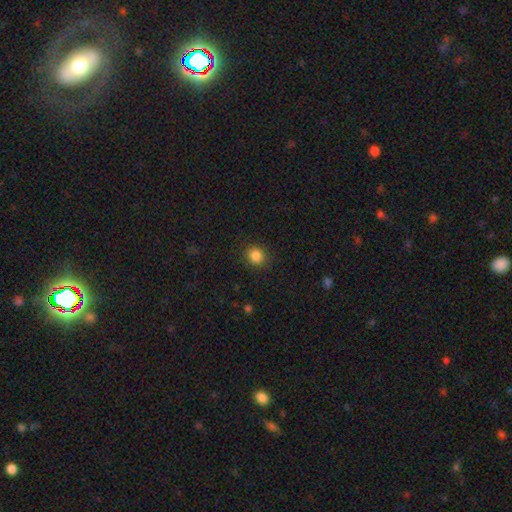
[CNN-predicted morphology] A smooth galaxy with no disk features (85%) that is round (87%). Merging: none (89%).